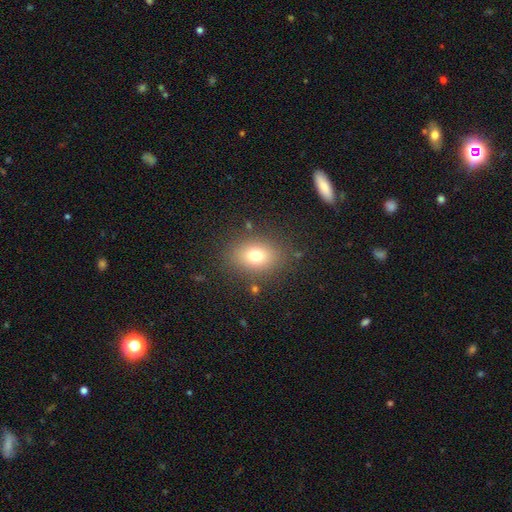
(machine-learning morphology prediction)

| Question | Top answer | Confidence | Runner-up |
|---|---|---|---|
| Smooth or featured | smooth | 75% | star or artifact (13%) |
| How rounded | in between | 63% | round (36%) |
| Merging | none | 83% | minor disturbance (10%) |